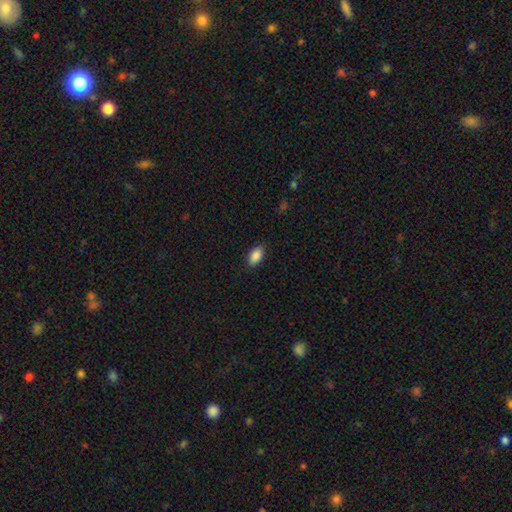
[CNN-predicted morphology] A smooth galaxy with no disk features (89%) that is in between round and cigar-shaped (93%). Merging: none (87%).